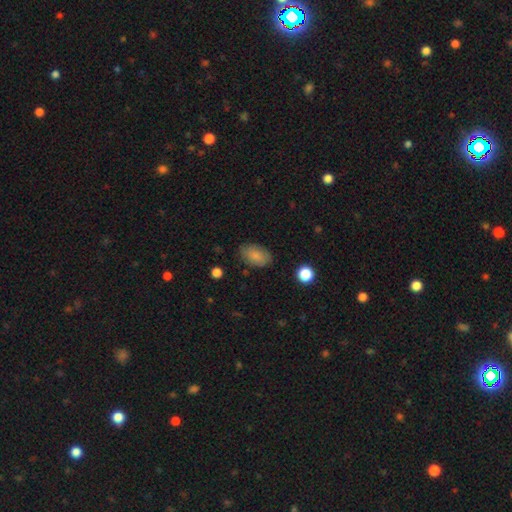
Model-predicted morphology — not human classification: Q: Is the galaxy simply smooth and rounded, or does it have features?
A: smooth — 82%.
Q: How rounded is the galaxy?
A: in between — 90%.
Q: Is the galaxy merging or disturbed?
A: none — 78%.